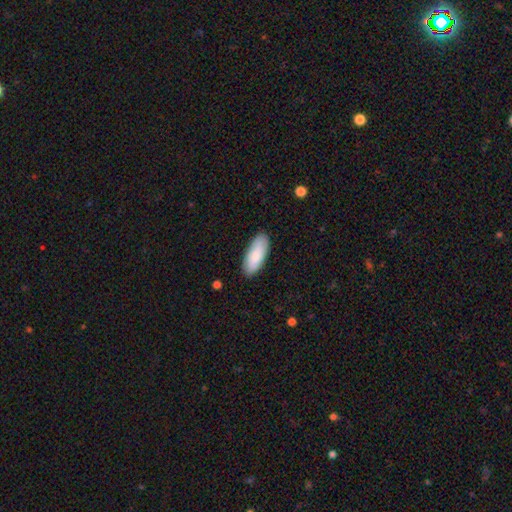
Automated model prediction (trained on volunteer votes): smooth-or-featured: smooth: 85% | featured or disk: 9% | star or artifact: 5%
  how-rounded: in between: 76% | cigar-shaped: 22% | round: 2%
  merging: none: 87% | minor disturbance: 10% | major disturbance: 2% | merger: 1%